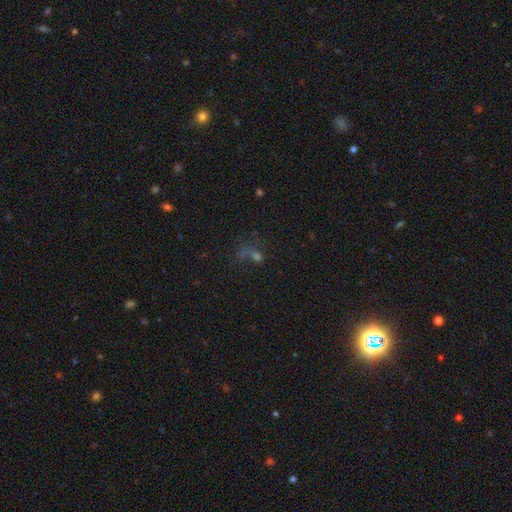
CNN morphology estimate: smooth 42%, star or artifact 39%, featured or disk 19%. Down the decision tree: merging — none (40%).